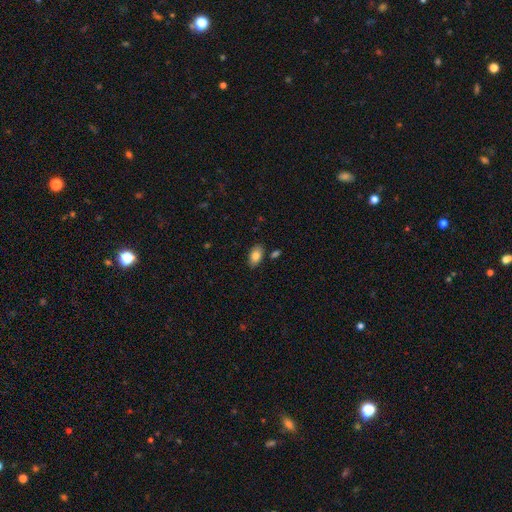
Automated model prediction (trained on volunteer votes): Smooth or featured? Predicted: smooth (p=0.82). How rounded? Predicted: in between (p=0.92). Merging? Predicted: none (p=0.84).